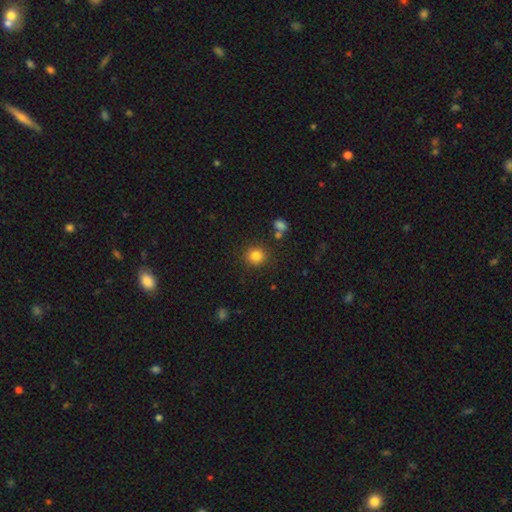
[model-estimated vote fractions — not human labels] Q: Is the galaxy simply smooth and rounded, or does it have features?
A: smooth — 83%.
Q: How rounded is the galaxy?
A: round — 90%.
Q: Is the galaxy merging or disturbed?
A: none — 86%.